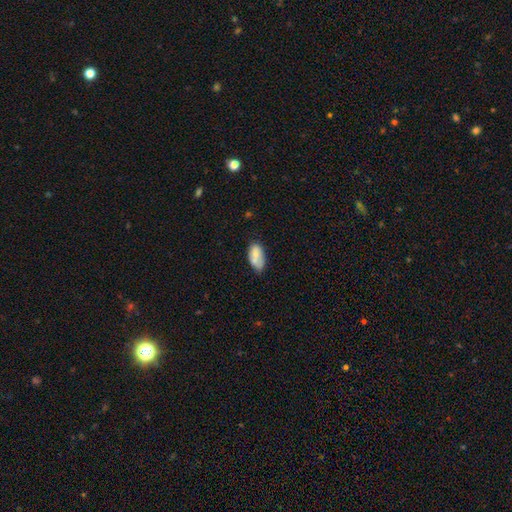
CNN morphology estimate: Smooth or featured?
  - smooth: 74% *
  - featured or disk: 19%
  - star or artifact: 7%
How rounded?
  - in between: 93% *
  - cigar-shaped: 3%
  - round: 3%
Merging?
  - none: 58% *
  - minor disturbance: 29%
  - merger: 7%
  - major disturbance: 7%